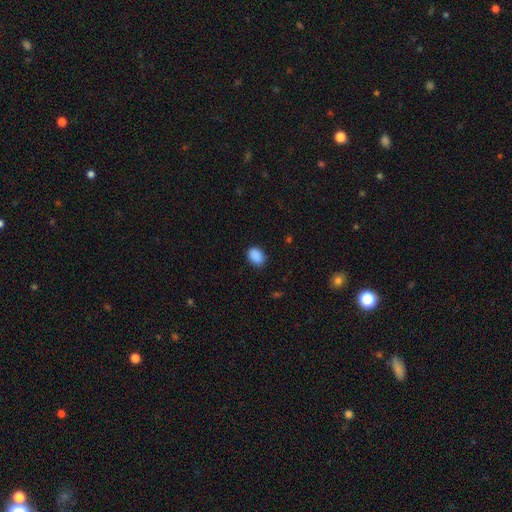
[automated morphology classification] Overall: smooth (90%). How rounded: in between (77%). Merging: none (85%).